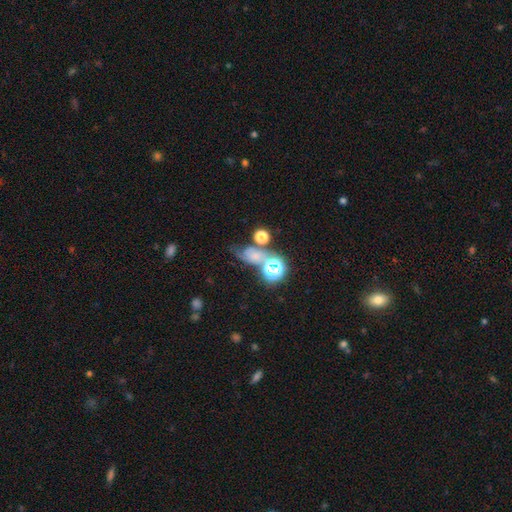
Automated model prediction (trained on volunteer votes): Smooth or featured: smooth — 46% (star or artifact — 29%)
Merging: none — 38% (merger — 27%)